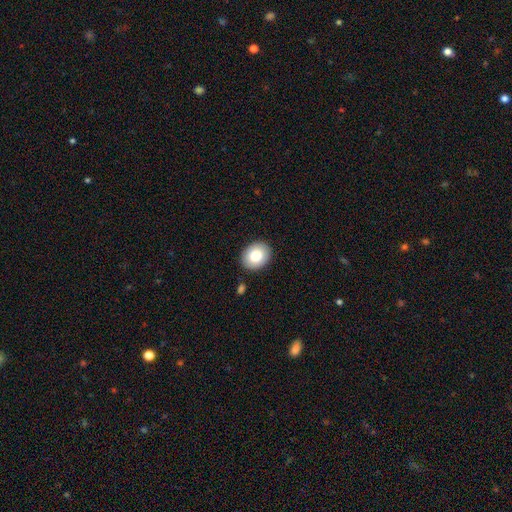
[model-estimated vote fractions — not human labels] Smooth or featured? Predicted: smooth (p=0.84). How rounded? Predicted: in between (p=0.53). Merging? Predicted: none (p=0.88).